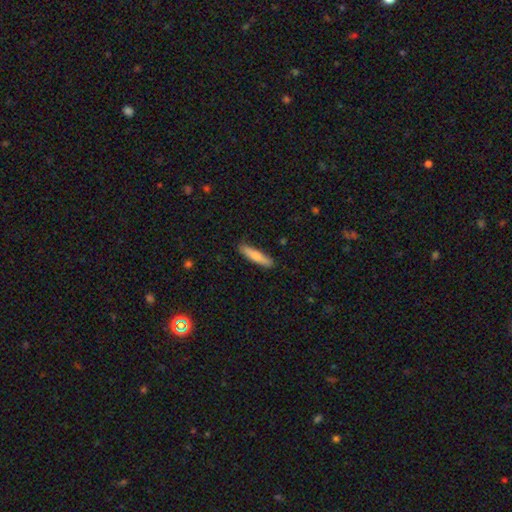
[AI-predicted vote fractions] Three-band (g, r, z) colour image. It shows a smooth galaxy with no disk features (72%) that is cigar-shaped (84%). Merging: none (87%).